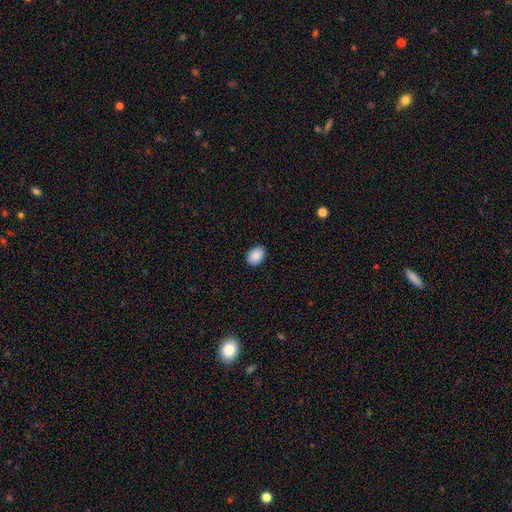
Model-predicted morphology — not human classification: The model was most divided on "how rounded": in between: 82%, round: 17%, cigar-shaped: 1%. More confident: smooth or featured — smooth (90%); merging — none (88%).